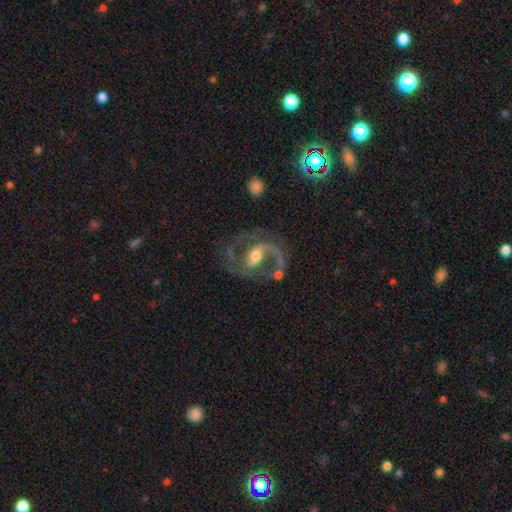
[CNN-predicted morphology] A featured or disk galaxy (89%) with a weak bar (47%), 2 (80%) medium (55%) spiral arms (95%) and a moderate central bulge (62%). Merging: none (58%).